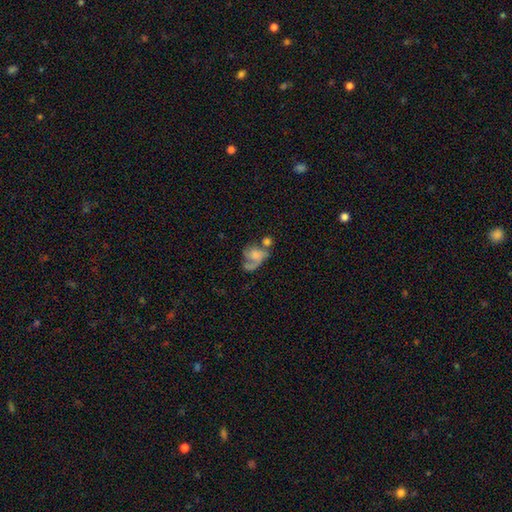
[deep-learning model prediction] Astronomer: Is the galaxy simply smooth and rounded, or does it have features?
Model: featured or disk — 46% (runner-up: smooth, 43%).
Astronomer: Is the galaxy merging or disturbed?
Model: merger — 31% (runner-up: major disturbance, 30%).